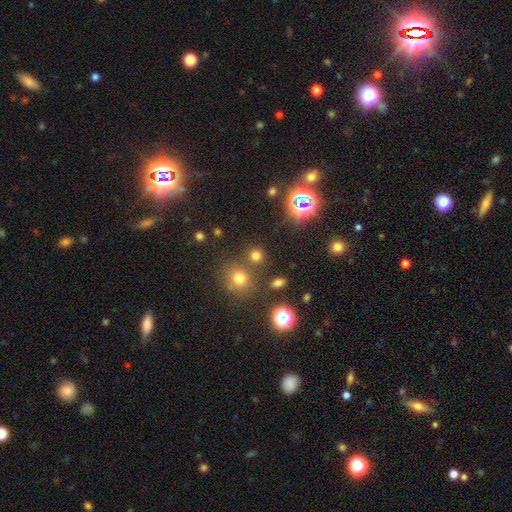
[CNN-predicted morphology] This appears to be a smooth galaxy with no disk features (67%) that is round (86%). Merging: none (78%).